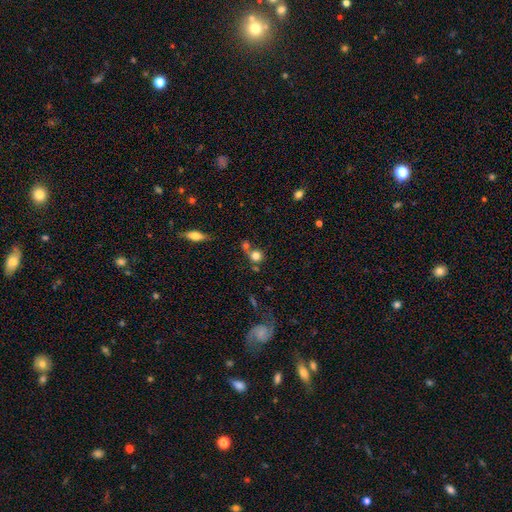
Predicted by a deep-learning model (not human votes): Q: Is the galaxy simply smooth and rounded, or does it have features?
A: smooth — 77%.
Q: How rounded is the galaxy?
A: round — 88%.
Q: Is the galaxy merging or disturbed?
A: none — 51%.